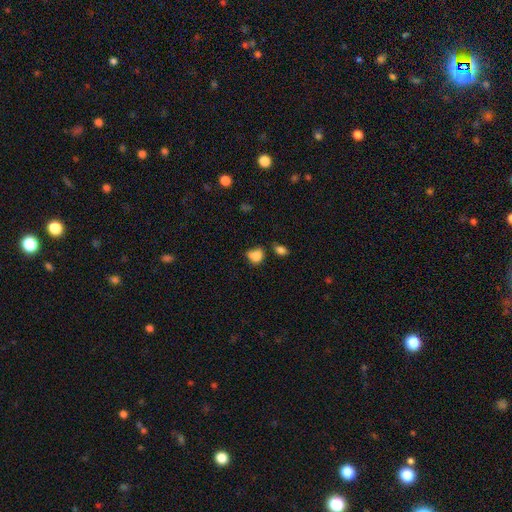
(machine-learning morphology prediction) smooth 83%, star or artifact 11%, featured or disk 6%. Down the decision tree: how rounded — round (56%); merging — none (48%).